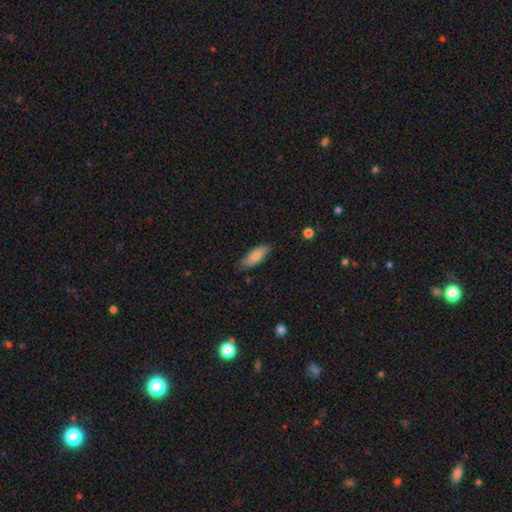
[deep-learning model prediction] smooth 82%, featured or disk 12%, star or artifact 6%. Down the decision tree: how rounded — in between (67%); merging — none (79%).